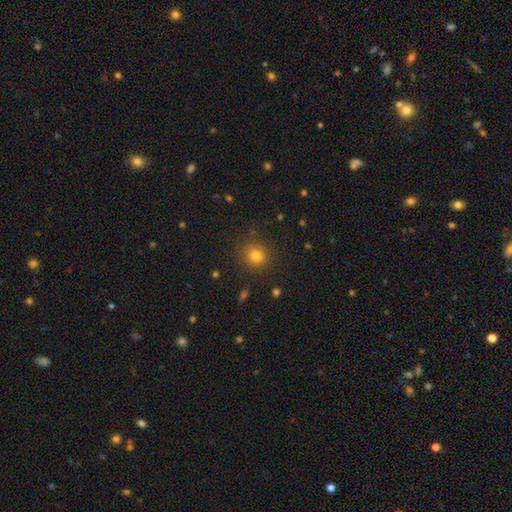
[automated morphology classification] type=smooth (78%); roundness=round (87%); merging=none (88%).